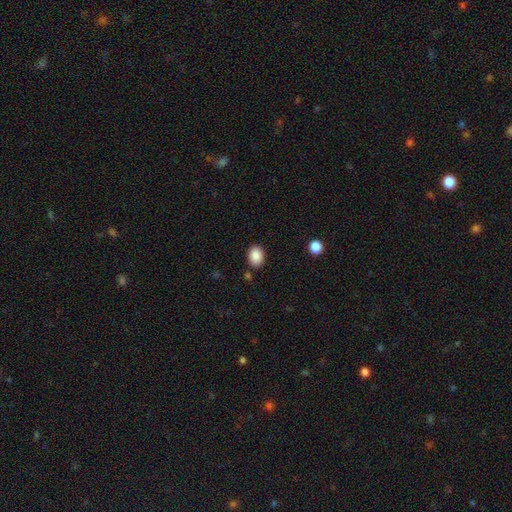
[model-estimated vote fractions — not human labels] A smooth galaxy with no disk features (89%) that is in between round and cigar-shaped (69%). Merging: none (86%).